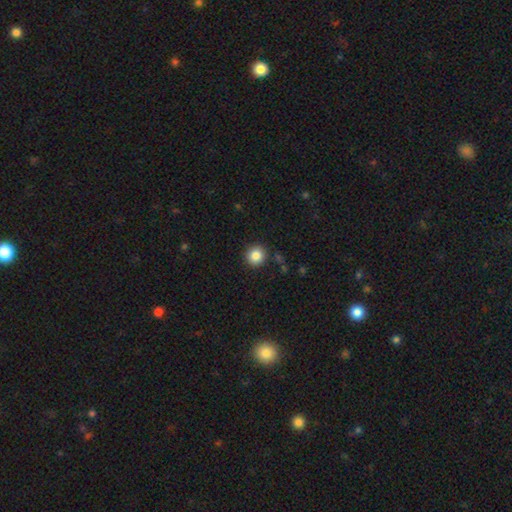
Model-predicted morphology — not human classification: Smooth or featured? Predicted: smooth (p=0.85). How rounded? Predicted: round (p=0.91). Merging? Predicted: none (p=0.90).